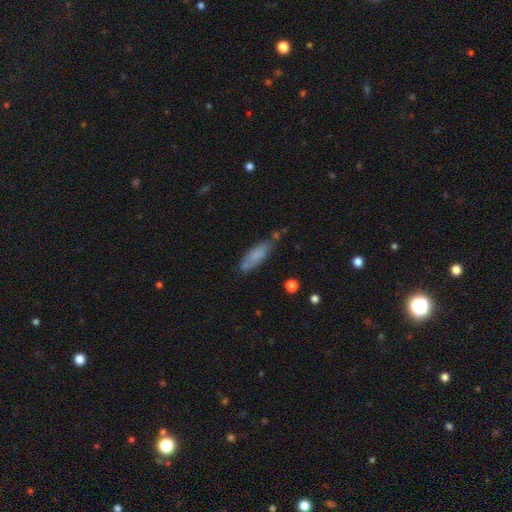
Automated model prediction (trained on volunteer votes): Morphology: type=smooth (76%); roundness=cigar-shaped (55%); merging=none (61%).